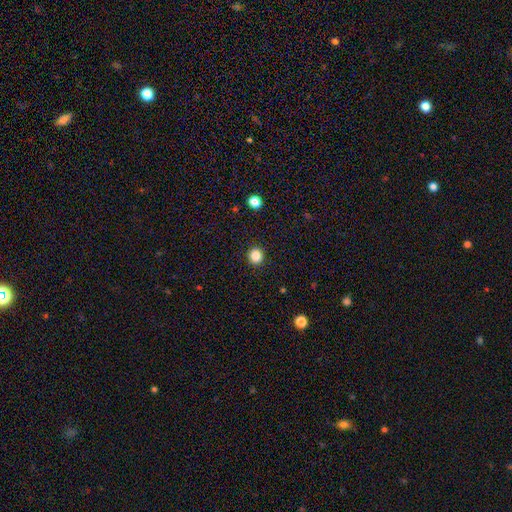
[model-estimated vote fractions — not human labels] Smooth or featured? smooth (85%)
How rounded? round (92%)
Merging? none (93%)